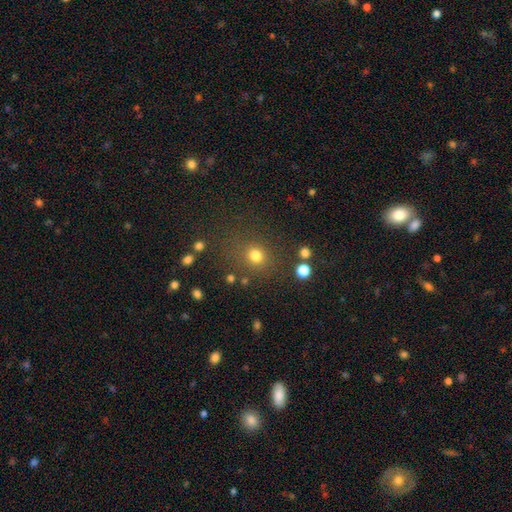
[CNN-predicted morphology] This is likely a smooth galaxy (77%). How rounded: likely round (79%). Merging: likely none (76%).